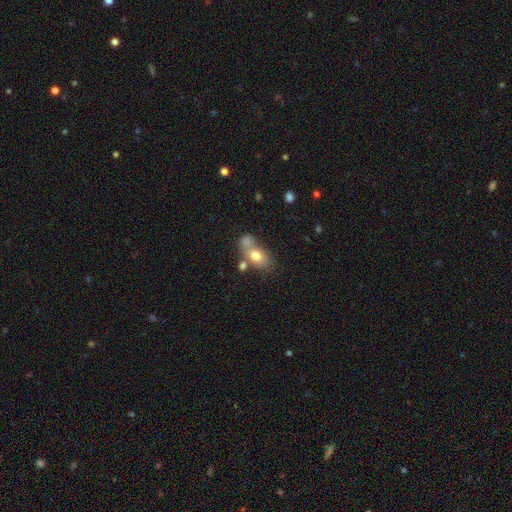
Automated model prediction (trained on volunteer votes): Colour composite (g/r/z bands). It shows a smooth galaxy with no disk features (74%) that is in between round and cigar-shaped (76%). Merging: merger (43%).